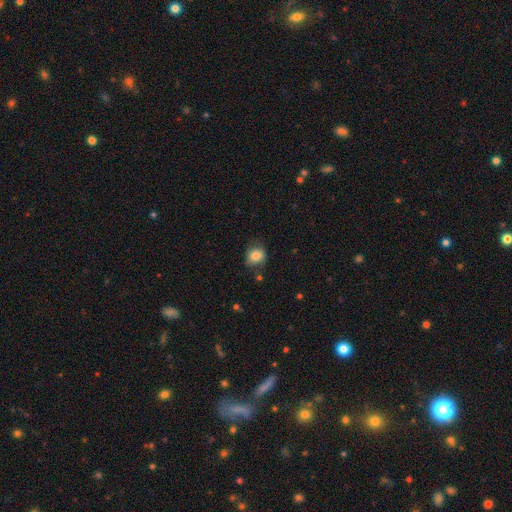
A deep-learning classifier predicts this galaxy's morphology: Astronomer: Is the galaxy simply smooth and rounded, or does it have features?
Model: smooth — 80%.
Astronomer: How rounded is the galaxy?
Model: round — 65%.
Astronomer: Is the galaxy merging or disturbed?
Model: none — 67%.